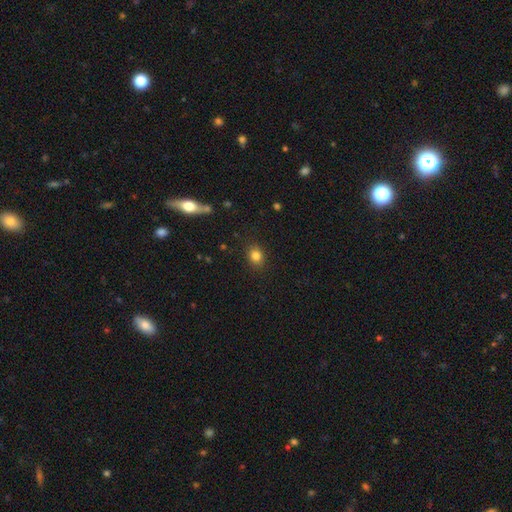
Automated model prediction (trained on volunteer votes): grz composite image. It shows a smooth galaxy with no disk features (83%) that is round (66%). Merging: none (88%).